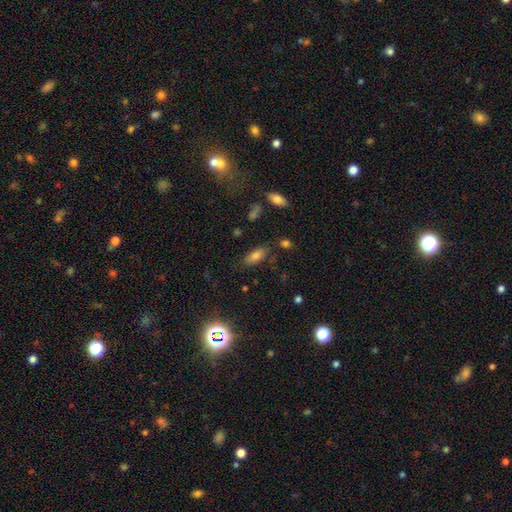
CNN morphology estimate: Smooth or featured? smooth (76%)
How rounded? in between (84%)
Merging? none (77%)